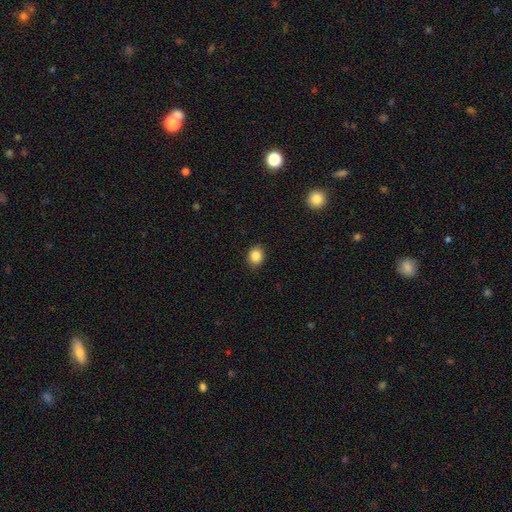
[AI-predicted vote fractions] Overall: smooth (86%). How rounded: round (60%; in between 39%). Merging: none (88%).